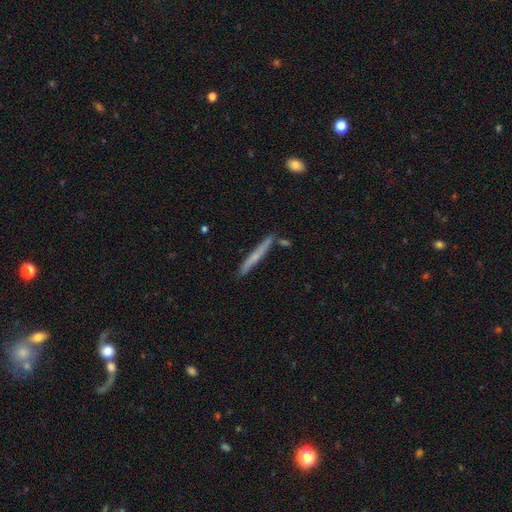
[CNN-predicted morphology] Q: Smooth or featured?
A: smooth (50%); runner-up: featured or disk (43%)
Q: How rounded?
A: cigar-shaped (96%); runner-up: in between (2%)
Q: Merging?
A: none (83%); runner-up: minor disturbance (11%)